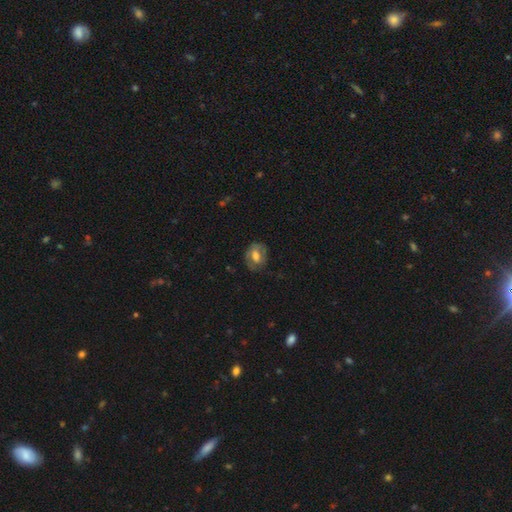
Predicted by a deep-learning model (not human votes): The model was most divided on "smooth or featured": smooth: 47%, featured or disk: 45%, star or artifact: 8%. More confident: merging — none (68%).